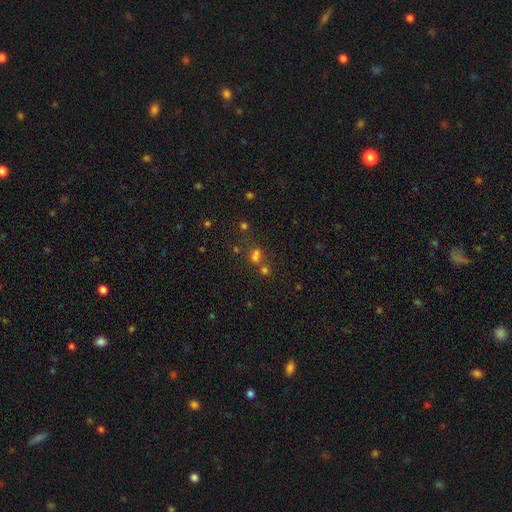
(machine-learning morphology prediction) Smooth or featured? smooth (54%)
How rounded? round (70%)
Merging? merger (44%, tied with none)